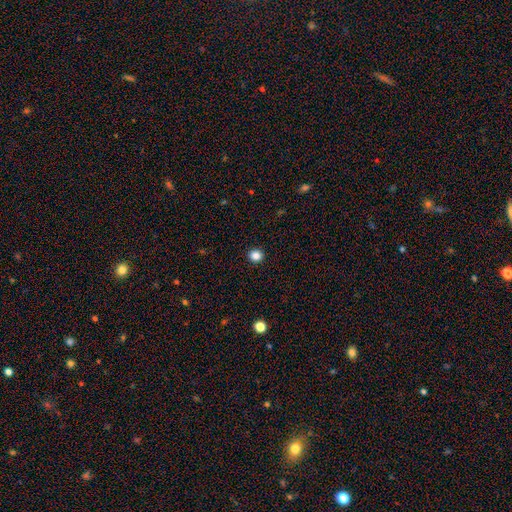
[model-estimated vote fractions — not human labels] The model was most divided on "smooth or featured": smooth: 85%, star or artifact: 11%, featured or disk: 3%. More confident: merging — none (93%); how rounded — round (87%).